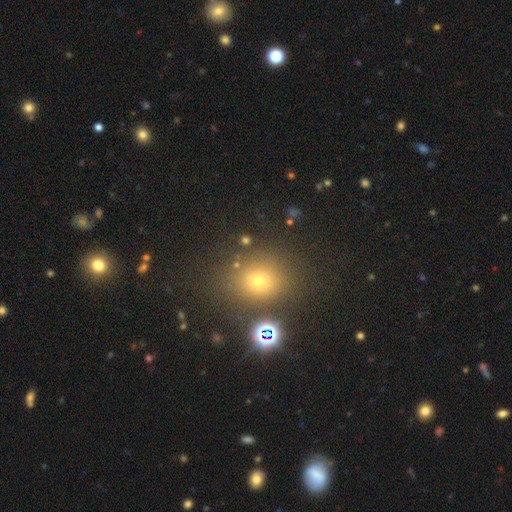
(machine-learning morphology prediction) A smooth galaxy with no disk features (59%) that is round (63%).

Vote fractions:
- Smooth or featured? smooth: 59% / star or artifact: 34% / featured or disk: 8%
- How rounded? round: 63% / in between: 35% / cigar-shaped: 1%
- Merging? none: 81% / minor disturbance: 9% / merger: 7% / major disturbance: 3%